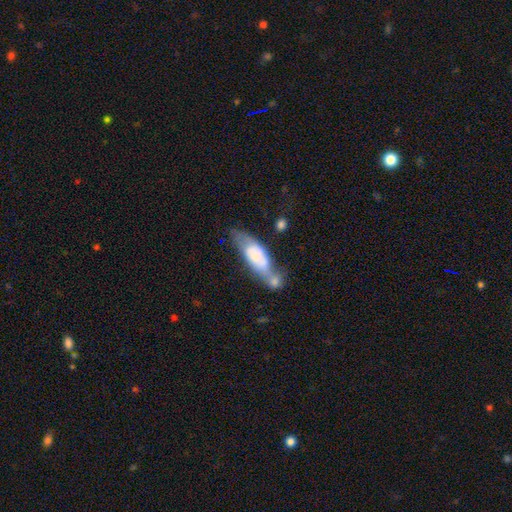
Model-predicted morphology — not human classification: type=smooth (51%); roundness=in between (58%); merging=merger (41%).